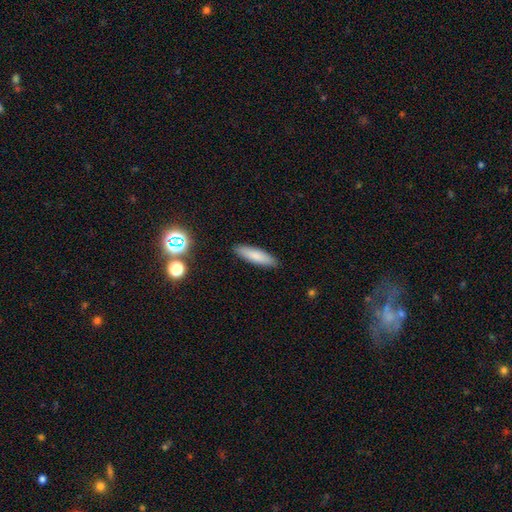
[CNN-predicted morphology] Overall: smooth (82%). How rounded: cigar-shaped (69%). Merging: none (90%).